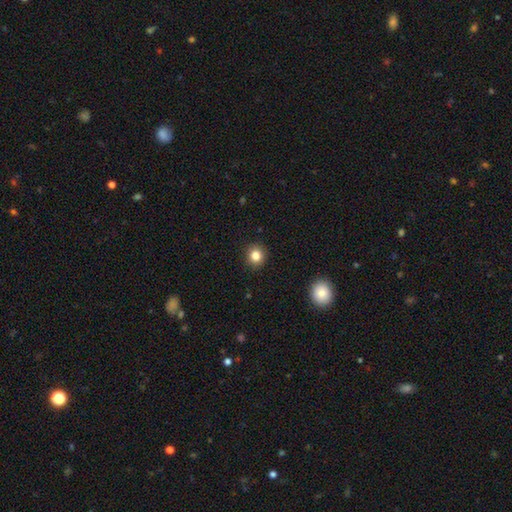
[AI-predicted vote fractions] Morphology: type=smooth (83%); roundness=round (88%); merging=none (91%).